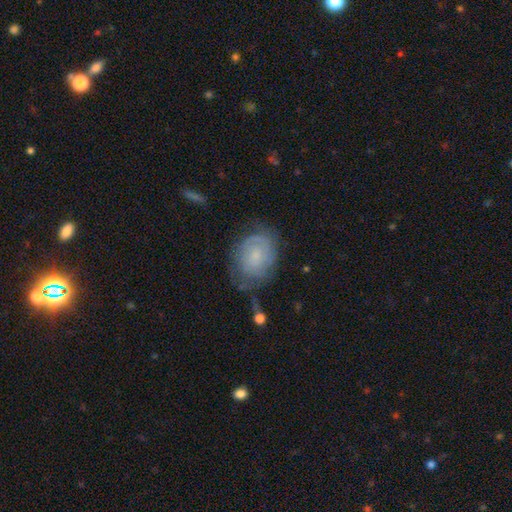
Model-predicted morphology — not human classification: This is possibly a featured or disk galaxy (54%). It is clearly not viewed edge-on (97%). Bar: likely no (75%). Spiral arm pattern: clearly yes (80%). Central bulge: likely small (61%). Merging: possibly none (54%).